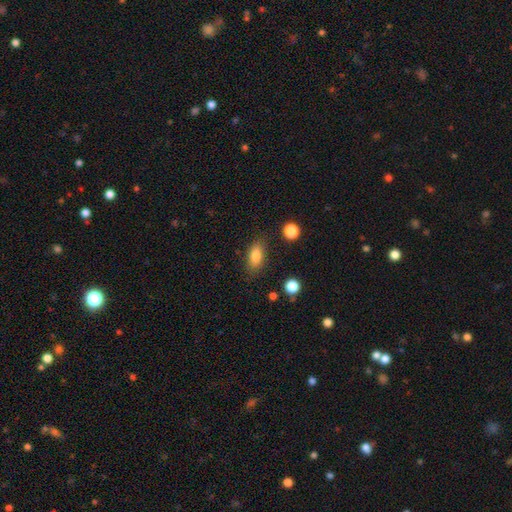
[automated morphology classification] A smooth galaxy with no disk features (82%) that is in between round and cigar-shaped (82%). Merging: none (81%).